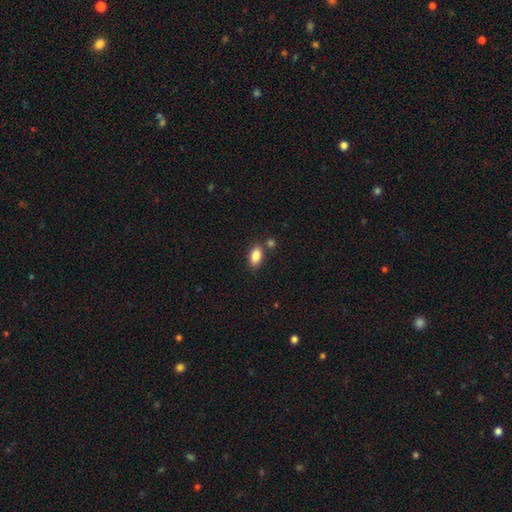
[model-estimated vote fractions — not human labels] Q: Smooth or featured?
A: smooth (86%); runner-up: star or artifact (8%)
Q: How rounded?
A: in between (90%); runner-up: round (7%)
Q: Merging?
A: none (73%); runner-up: merger (13%)